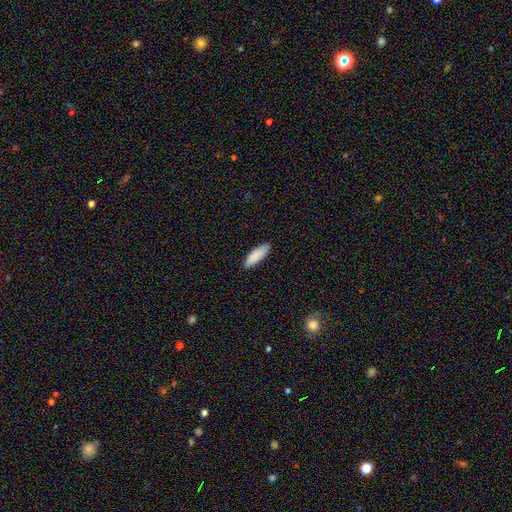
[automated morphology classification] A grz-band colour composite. It shows a smooth galaxy with no disk features (86%) that is in between round and cigar-shaped (62%). Merging: none (85%).